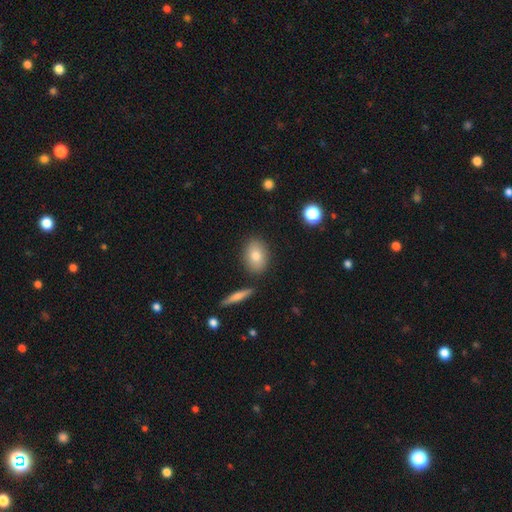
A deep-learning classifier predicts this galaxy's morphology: Smooth or featured?
  - smooth: 79% *
  - featured or disk: 13%
  - star or artifact: 8%
How rounded?
  - in between: 77% *
  - round: 20%
  - cigar-shaped: 3%
Merging?
  - none: 83% *
  - minor disturbance: 10%
  - merger: 5%
  - major disturbance: 2%